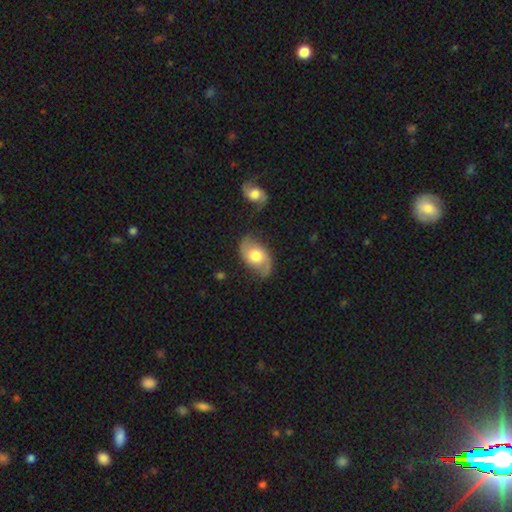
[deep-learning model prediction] smooth-or-featured: featured or disk: 65% | smooth: 28% | star or artifact: 6%
  disk-edge-on: no: 95% | yes: 5%
    bar: no: 68% | weak: 26% | strong: 5%
    has-spiral-arms: yes: 86% | no: 14%
      spiral-winding: medium: 43% | loose: 40% | tight: 17%
      spiral-arm-count: 2: 89% | can't tell: 6% | 1: 3% | 3: 1% | 4: 1% | more than 4: 1%
    bulge-size: moderate: 60% | large: 28% | small: 8% | dominant: 2% | none: 2%
  merging: none: 69% | minor disturbance: 19% | major disturbance: 7% | merger: 5%